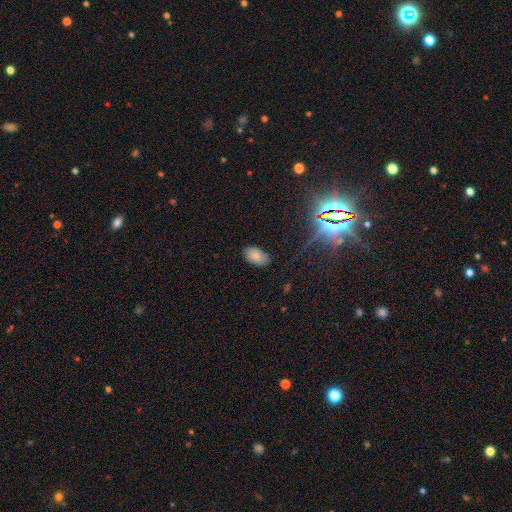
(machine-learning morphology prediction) Overall: smooth (81%). How rounded: in between (93%). Merging: none (84%).